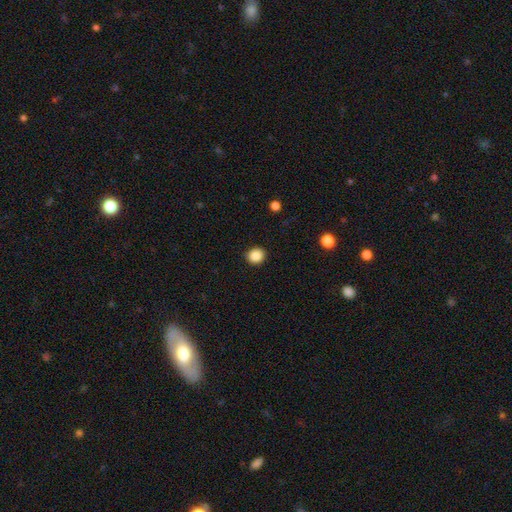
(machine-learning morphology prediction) Overall: smooth (87%). How rounded: round (85%). Merging: none (91%).